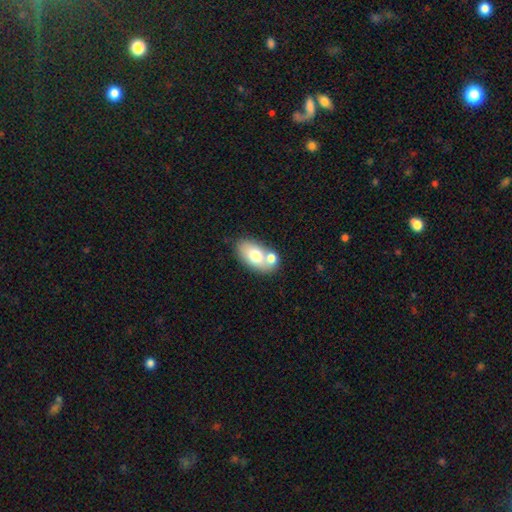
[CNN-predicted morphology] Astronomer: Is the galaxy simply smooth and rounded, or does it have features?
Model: smooth — 70%.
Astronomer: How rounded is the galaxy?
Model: in between — 91%.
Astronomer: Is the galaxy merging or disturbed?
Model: none — 46% (runner-up: merger, 39%).